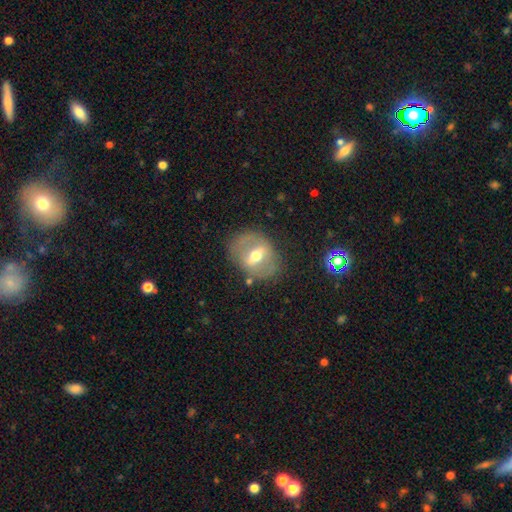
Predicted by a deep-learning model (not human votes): Morphology: type=featured or disk (61%); edge-on=no (90%); bar=strong (45%); spiral arms=no (63%); bulge=moderate (68%); merging=none (74%).